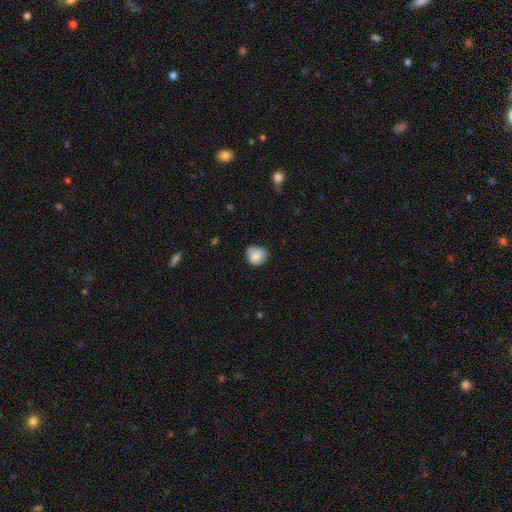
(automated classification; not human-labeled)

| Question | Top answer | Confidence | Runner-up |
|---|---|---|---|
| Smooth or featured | smooth | 85% | star or artifact (8%) |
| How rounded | round | 81% | in between (18%) |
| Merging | none | 65% | minor disturbance (29%) |